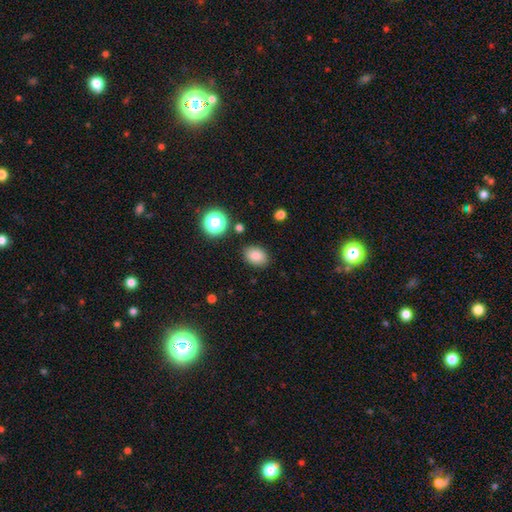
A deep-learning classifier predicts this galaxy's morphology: Smooth or featured? Predicted: smooth (p=0.83). How rounded? Predicted: in between (p=0.76). Merging? Predicted: none (p=0.86).